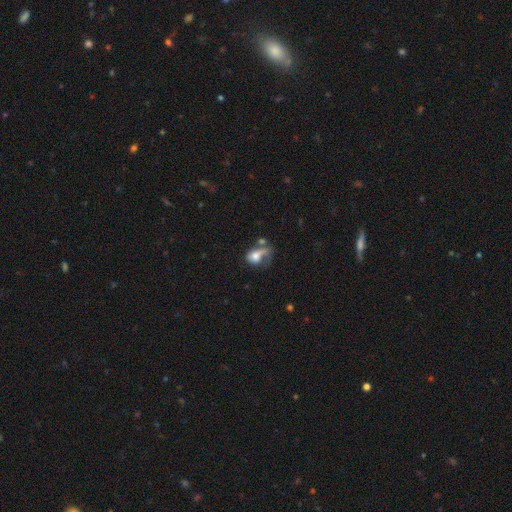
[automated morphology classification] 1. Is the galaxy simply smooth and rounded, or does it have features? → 60% smooth, 30% featured or disk, 10% star or artifact.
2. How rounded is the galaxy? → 66% in between, 31% round, 3% cigar-shaped.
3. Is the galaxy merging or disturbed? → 39% major disturbance, 22% none, 22% merger, 17% minor disturbance.